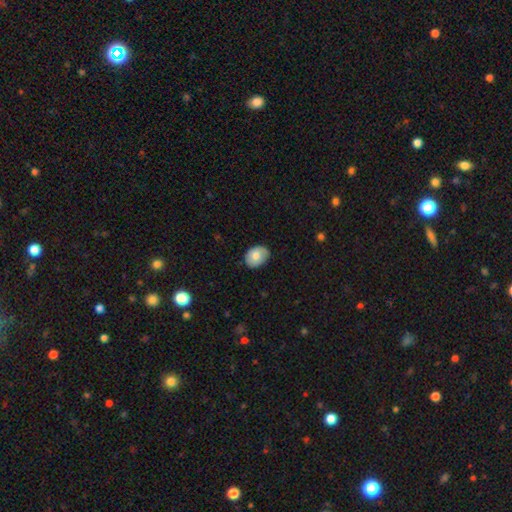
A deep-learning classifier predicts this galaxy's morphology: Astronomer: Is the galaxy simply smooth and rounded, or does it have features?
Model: smooth — 73%.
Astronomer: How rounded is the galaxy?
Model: in between — 62%.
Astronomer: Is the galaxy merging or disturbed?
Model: none — 80%.